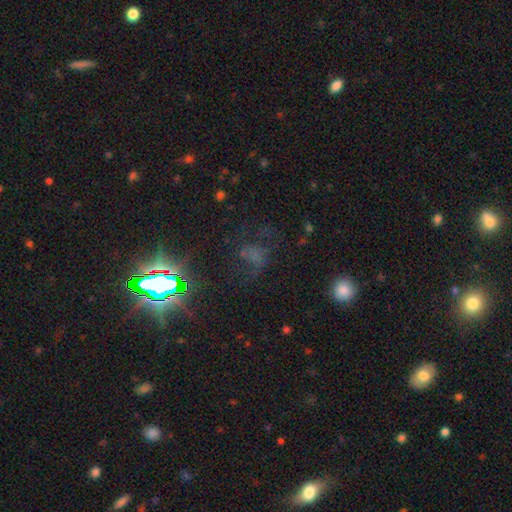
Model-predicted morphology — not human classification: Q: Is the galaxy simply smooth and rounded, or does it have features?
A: star or artifact — 50%.